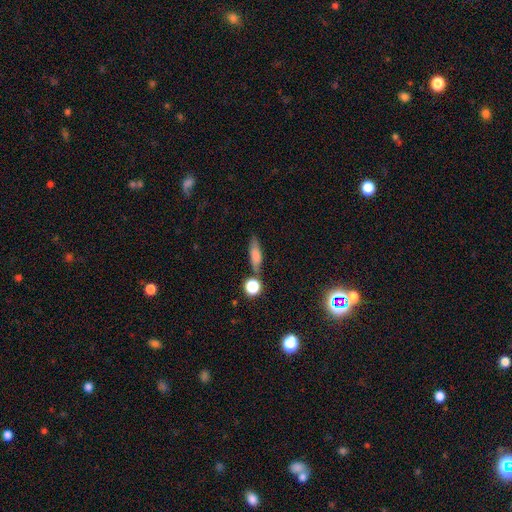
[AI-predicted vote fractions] smooth_or_featured: smooth (p=0.70) [alt: featured or disk p=0.18]
how_rounded: in between (p=0.47) [alt: cigar-shaped p=0.44]
merging: none (p=0.66) [alt: minor disturbance p=0.17]